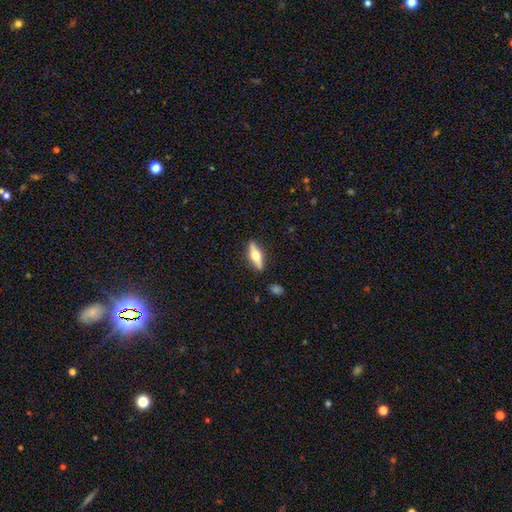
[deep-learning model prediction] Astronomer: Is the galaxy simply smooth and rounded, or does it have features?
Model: featured or disk — 58% (runner-up: smooth, 36%).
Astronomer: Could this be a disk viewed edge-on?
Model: yes — 94%.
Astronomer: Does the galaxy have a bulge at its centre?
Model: rounded — 95%.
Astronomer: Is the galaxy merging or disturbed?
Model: none — 88%.